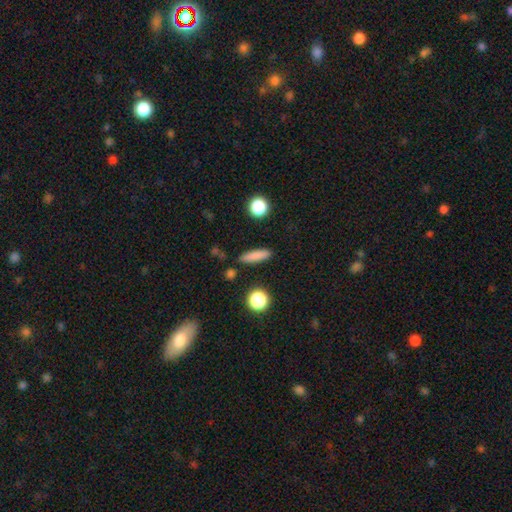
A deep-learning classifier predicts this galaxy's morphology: Q: Smooth or featured?
A: smooth (82%); runner-up: star or artifact (10%)
Q: How rounded?
A: cigar-shaped (73%); runner-up: in between (22%)
Q: Merging?
A: none (87%); runner-up: minor disturbance (8%)